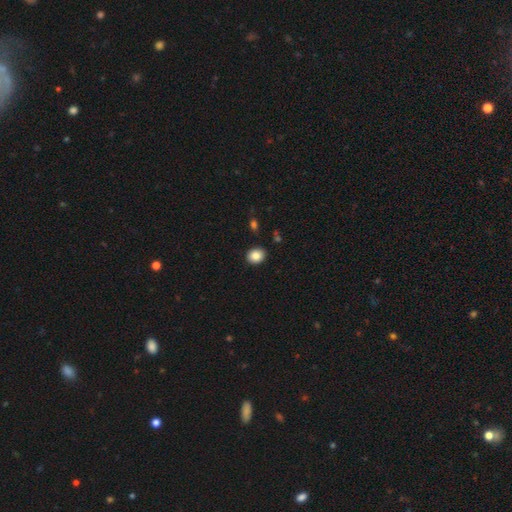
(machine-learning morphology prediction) Q: Smooth or featured?
A: smooth (86%); runner-up: star or artifact (9%)
Q: How rounded?
A: round (61%); runner-up: in between (38%)
Q: Merging?
A: none (90%); runner-up: minor disturbance (7%)